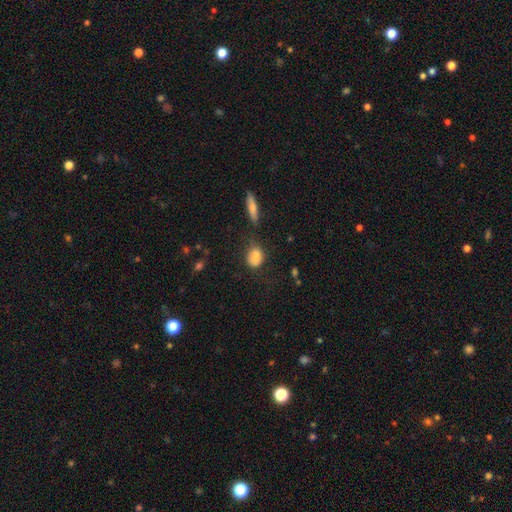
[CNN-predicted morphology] smooth 80%, featured or disk 11%, star or artifact 9%. Down the decision tree: how rounded — in between (65%); merging — none (59%).